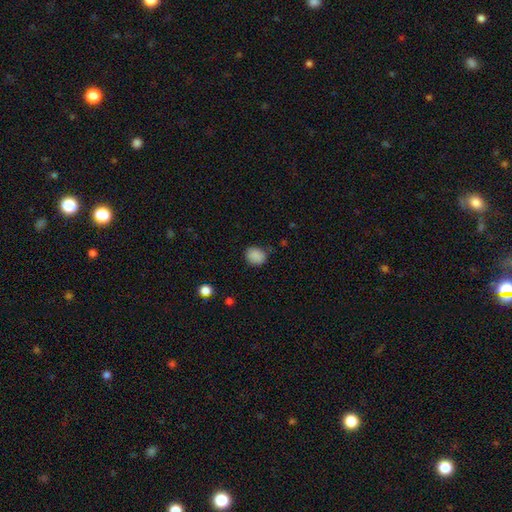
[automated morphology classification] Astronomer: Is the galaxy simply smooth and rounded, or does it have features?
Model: smooth — 86%.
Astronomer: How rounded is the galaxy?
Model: round — 62% (runner-up: in between, 37%).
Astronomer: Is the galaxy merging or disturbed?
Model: none — 70%.